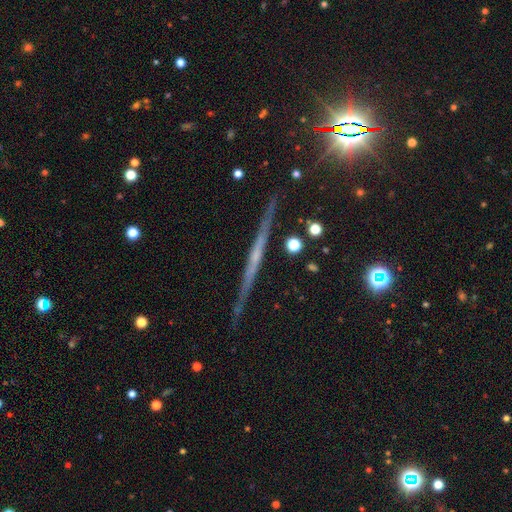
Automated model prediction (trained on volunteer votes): A featured or disk galaxy (70%) viewed edge-on (98%) with no central bulge (58%).

Vote fractions:
- Smooth or featured? featured or disk: 70% / smooth: 17% / star or artifact: 14%
- Edge-on disk? yes: 98% / no: 2%
- Edge-on bulge? none: 58% / rounded: 31% / boxy: 10%
- Merging? none: 89% / minor disturbance: 8% / major disturbance: 2% / merger: 1%